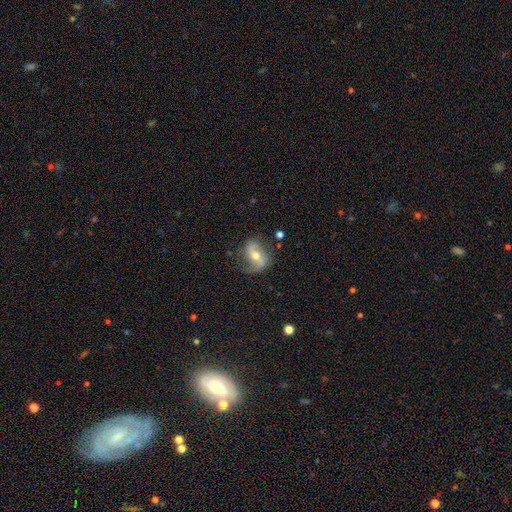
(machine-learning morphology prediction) Smooth or featured?
  - featured or disk: 70% *
  - smooth: 22%
  - star or artifact: 8%
Edge-on disk?
  - no: 96% *
  - yes: 4%
Bar?
  - no: 40% *
  - weak: 36%
  - strong: 23%
Spiral arms?
  - yes: 86% *
  - no: 14%
Spiral winding?
  - loose: 53% *
  - medium: 34%
  - tight: 13%
Spiral arm count?
  - 2: 84% *
  - 1: 7%
  - can't tell: 6%
  - 3: 1%
  - 4: 1%
  - more than 4: 1%
Bulge size?
  - moderate: 72% *
  - small: 21%
  - large: 5%
  - none: 1%
  - dominant: 1%
Merging?
  - none: 65% *
  - minor disturbance: 22%
  - major disturbance: 10%
  - merger: 2%